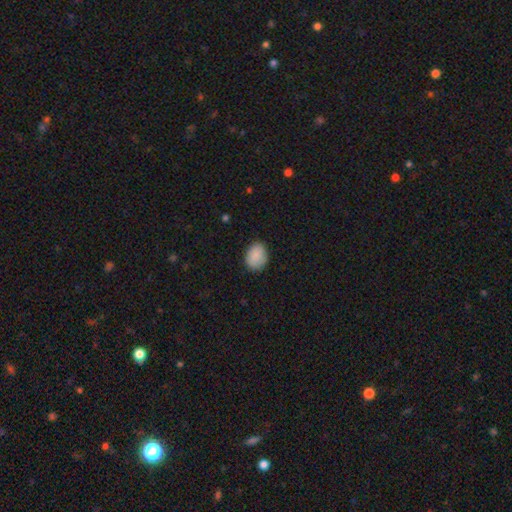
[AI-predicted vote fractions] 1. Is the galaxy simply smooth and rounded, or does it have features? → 89% smooth, 7% star or artifact, 4% featured or disk.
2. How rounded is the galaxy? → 63% in between, 36% round, 1% cigar-shaped.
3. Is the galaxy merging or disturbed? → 83% none, 13% minor disturbance, 3% major disturbance, 1% merger.